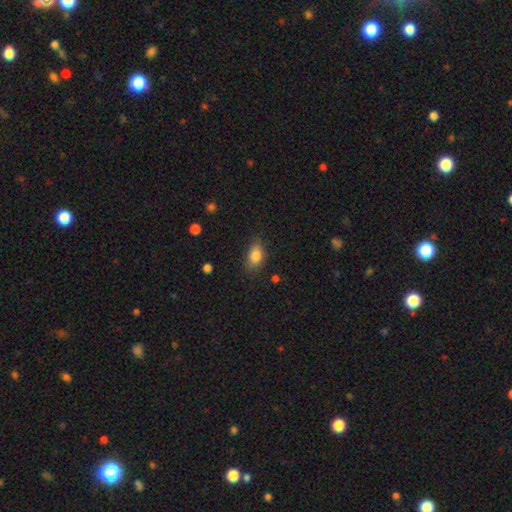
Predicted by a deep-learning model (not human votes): smooth_or_featured: smooth (p=0.83) [alt: star or artifact p=0.09]
how_rounded: in between (p=0.84) [alt: round p=0.13]
merging: none (p=0.79) [alt: minor disturbance p=0.16]